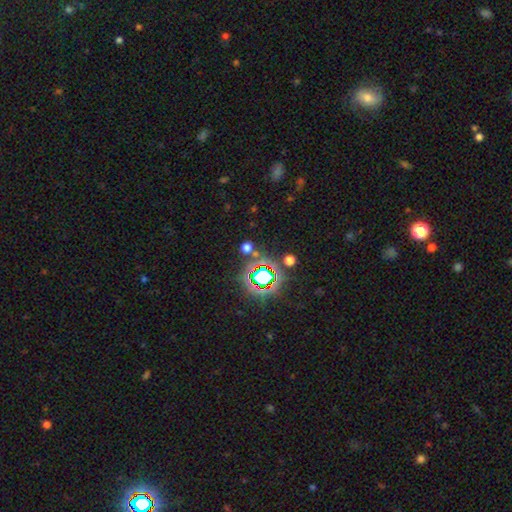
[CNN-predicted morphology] Overall: star or artifact (74%).